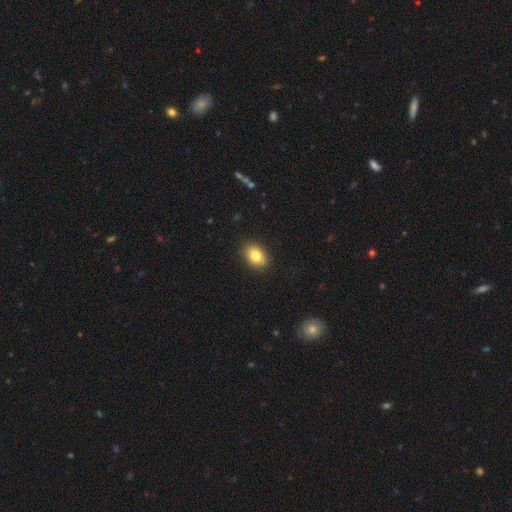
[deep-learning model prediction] Smooth or featured?
  - smooth: 82% *
  - featured or disk: 9%
  - star or artifact: 9%
How rounded?
  - in between: 77% *
  - round: 21%
  - cigar-shaped: 1%
Merging?
  - none: 89% *
  - minor disturbance: 8%
  - major disturbance: 2%
  - merger: 1%